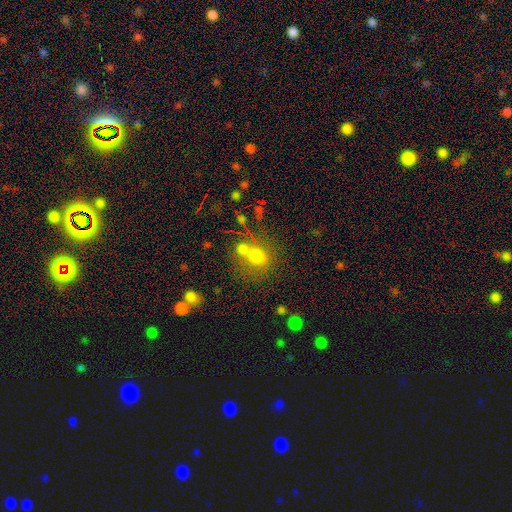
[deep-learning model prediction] Smooth or featured: smooth — 73% (star or artifact — 15%)
How rounded: round — 69% (in between — 30%)
Merging: none — 44% (merger — 37%)